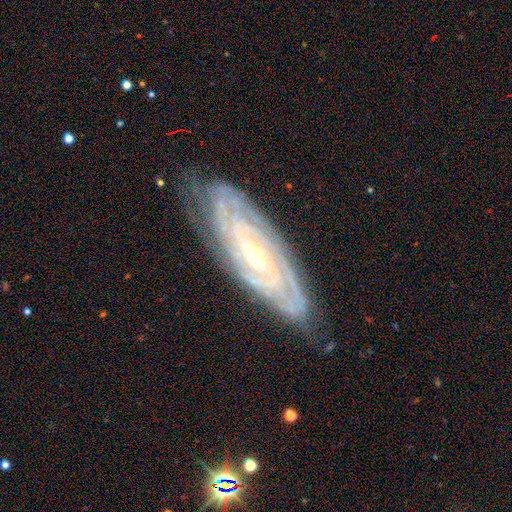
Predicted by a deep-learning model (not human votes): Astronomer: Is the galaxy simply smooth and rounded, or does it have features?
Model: featured or disk — 88%.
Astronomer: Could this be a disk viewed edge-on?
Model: no — 90%.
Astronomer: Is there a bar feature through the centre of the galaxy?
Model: no — 52% (runner-up: weak, 33%).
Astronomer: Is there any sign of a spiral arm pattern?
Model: yes — 98%.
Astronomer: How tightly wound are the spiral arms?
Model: tight — 80%.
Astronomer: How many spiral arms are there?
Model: can't tell — 25% (runner-up: 3, 22%).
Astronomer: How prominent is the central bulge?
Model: small — 64%.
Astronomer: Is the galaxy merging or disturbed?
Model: none — 78%.